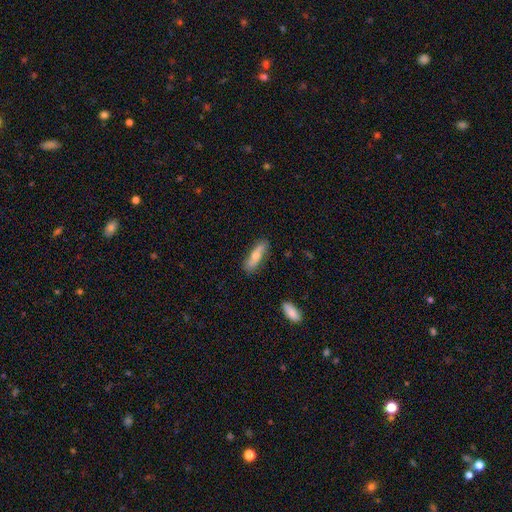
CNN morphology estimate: Smooth or featured: smooth — 54% (featured or disk — 39%)
How rounded: cigar-shaped — 62% (in between — 35%)
Merging: none — 83% (minor disturbance — 13%)